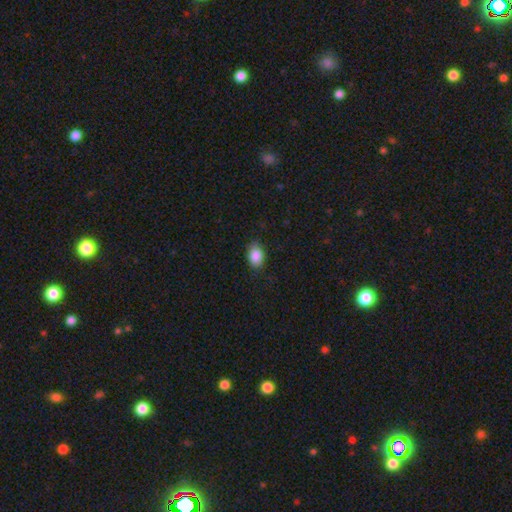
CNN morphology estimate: smooth 88%, star or artifact 8%, featured or disk 5%. Down the decision tree: how rounded — in between (81%); merging — none (83%).